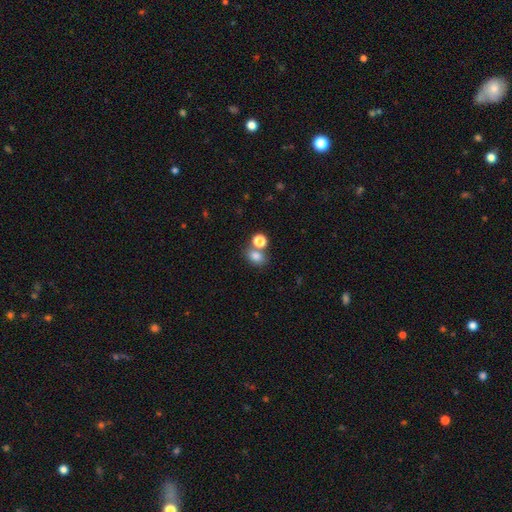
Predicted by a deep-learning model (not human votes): smooth 80%, star or artifact 13%, featured or disk 7%. Down the decision tree: how rounded — in between (59%); merging — none (54%).